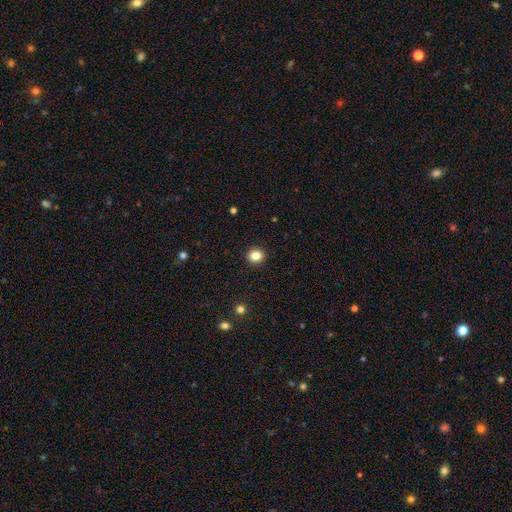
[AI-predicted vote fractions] The model was most divided on "how rounded": round: 79%, in between: 20%, cigar-shaped: 1%. More confident: merging — none (92%); smooth or featured — smooth (84%).